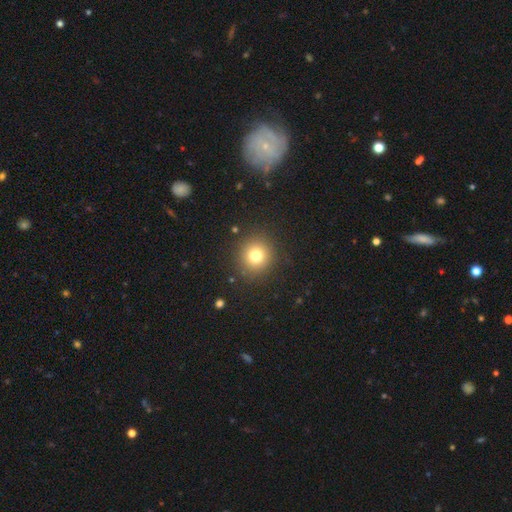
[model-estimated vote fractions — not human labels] A smooth galaxy with no disk features (77%) that is round (93%). Merging: none (90%).